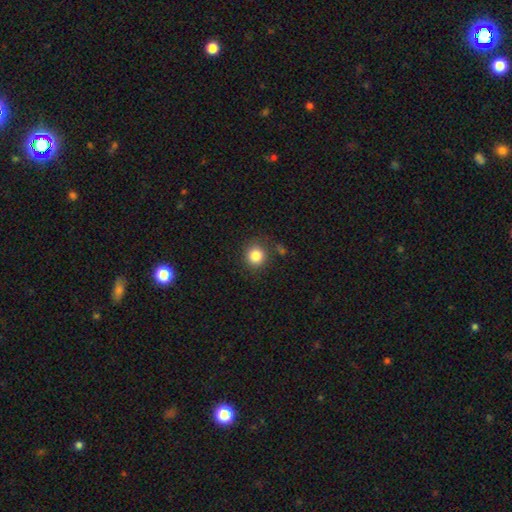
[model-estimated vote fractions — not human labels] Smooth or featured? smooth (85%)
How rounded? round (88%)
Merging? none (82%)